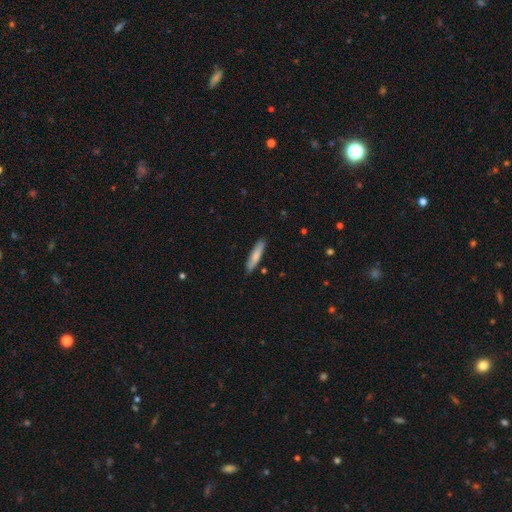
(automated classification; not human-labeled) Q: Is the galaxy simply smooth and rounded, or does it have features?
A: smooth — 77%.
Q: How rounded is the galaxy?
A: cigar-shaped — 84%.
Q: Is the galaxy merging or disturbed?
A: none — 86%.